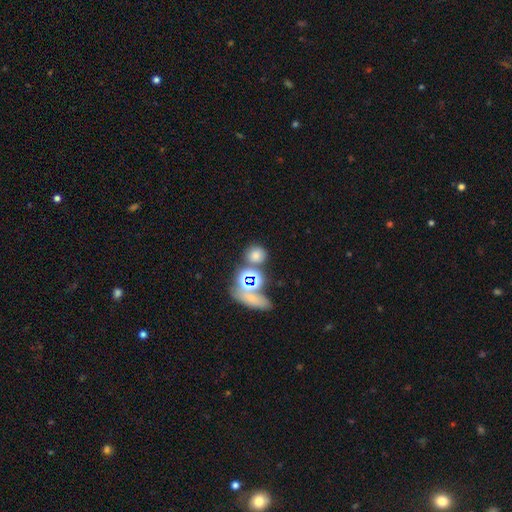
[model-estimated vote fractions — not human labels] The model was most divided on "smooth or featured": smooth: 69%, star or artifact: 23%, featured or disk: 8%. More confident: how rounded — round (80%); merging — none (70%).